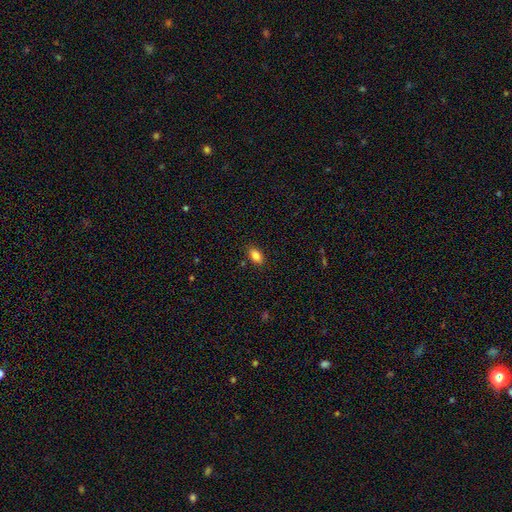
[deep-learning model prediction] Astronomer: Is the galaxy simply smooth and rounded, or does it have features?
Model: smooth — 85%.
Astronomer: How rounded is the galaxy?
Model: in between — 89%.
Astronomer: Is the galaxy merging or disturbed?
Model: none — 87%.